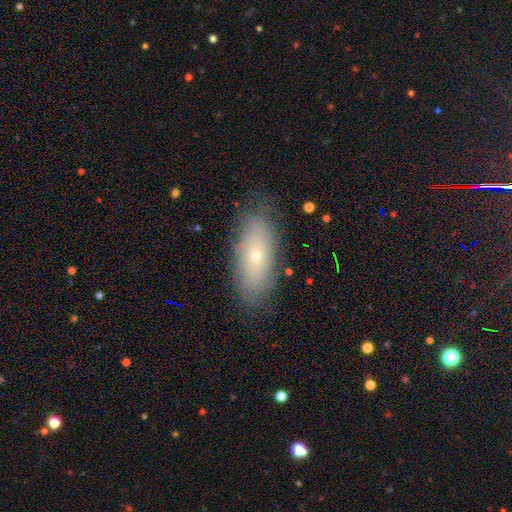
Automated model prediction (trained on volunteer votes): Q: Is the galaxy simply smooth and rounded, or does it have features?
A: smooth — 54%.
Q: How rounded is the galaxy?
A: in between — 82%.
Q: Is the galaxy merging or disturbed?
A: none — 80%.